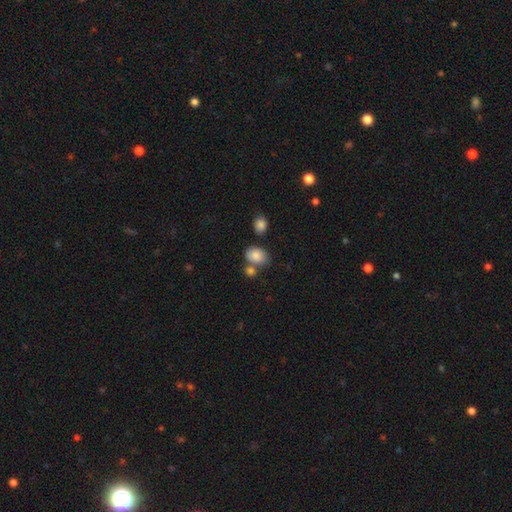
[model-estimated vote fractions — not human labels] This is clearly a smooth galaxy (84%). How rounded: likely in between (69%). Merging: possibly none (52%).